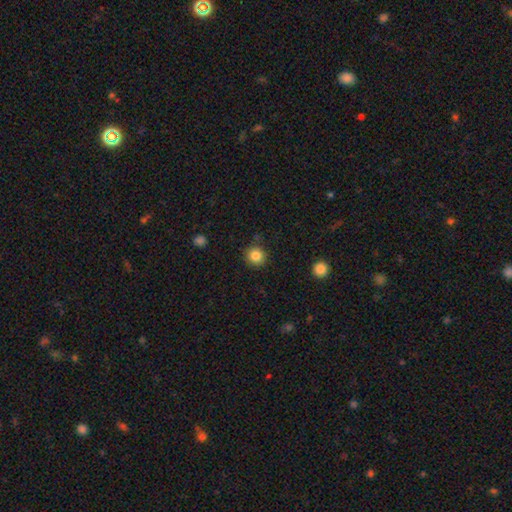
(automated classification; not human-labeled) smooth_or_featured: smooth (p=0.85) [alt: star or artifact p=0.10]
how_rounded: round (p=0.92) [alt: in between p=0.07]
merging: none (p=0.88) [alt: minor disturbance p=0.08]